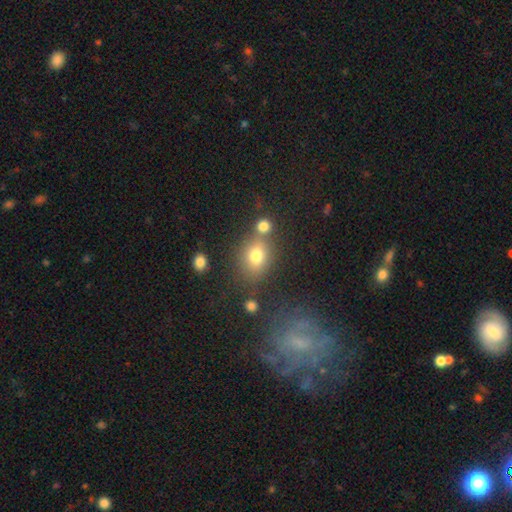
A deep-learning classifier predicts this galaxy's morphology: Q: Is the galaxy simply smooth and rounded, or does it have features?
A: smooth — 74%.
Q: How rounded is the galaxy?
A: in between — 54%.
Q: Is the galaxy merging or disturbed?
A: none — 59%.